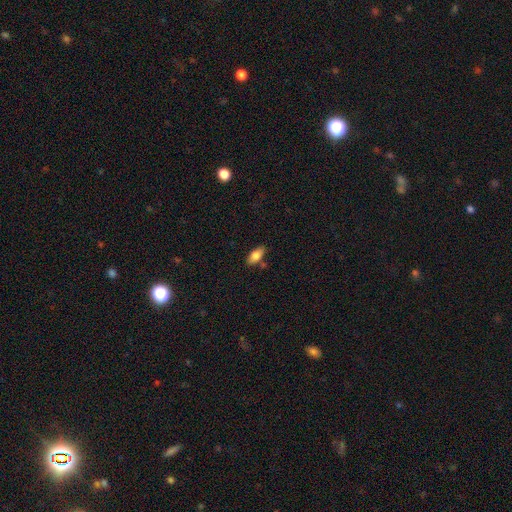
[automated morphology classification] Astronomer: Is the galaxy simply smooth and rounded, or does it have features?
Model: smooth — 79%.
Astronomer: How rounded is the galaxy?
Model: in between — 86%.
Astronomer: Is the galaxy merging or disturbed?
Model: none — 77%.